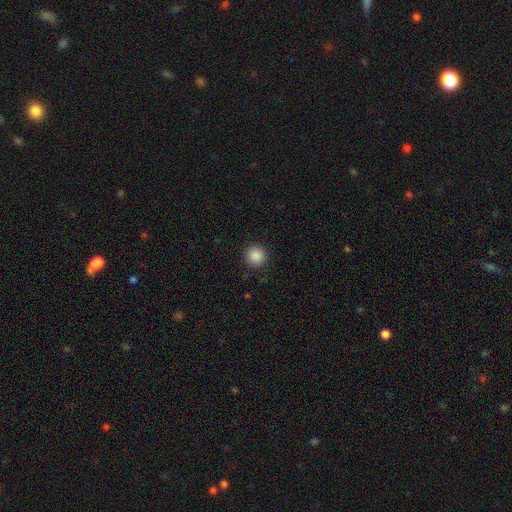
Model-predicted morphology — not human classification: A smooth galaxy with no disk features (88%) that is round (94%).

Vote fractions:
- Smooth or featured? smooth: 88% / star or artifact: 9% / featured or disk: 3%
- How rounded? round: 94% / in between: 5% / cigar-shaped: 1%
- Merging? none: 92% / minor disturbance: 5% / major disturbance: 2% / merger: 1%